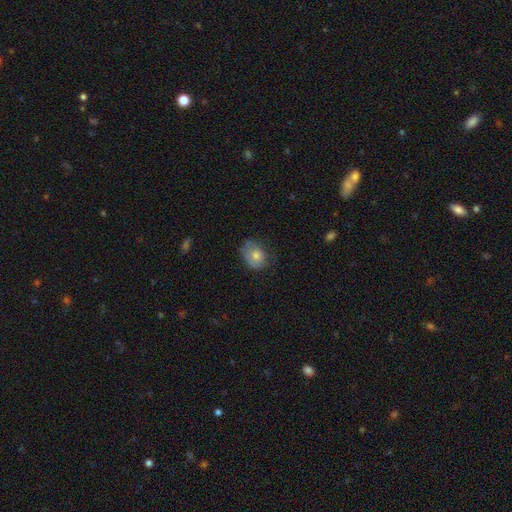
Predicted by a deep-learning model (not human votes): smooth_or_featured: smooth (p=0.67) [alt: featured or disk p=0.24]
how_rounded: in between (p=0.55) [alt: round p=0.44]
merging: none (p=0.57) [alt: minor disturbance p=0.30]